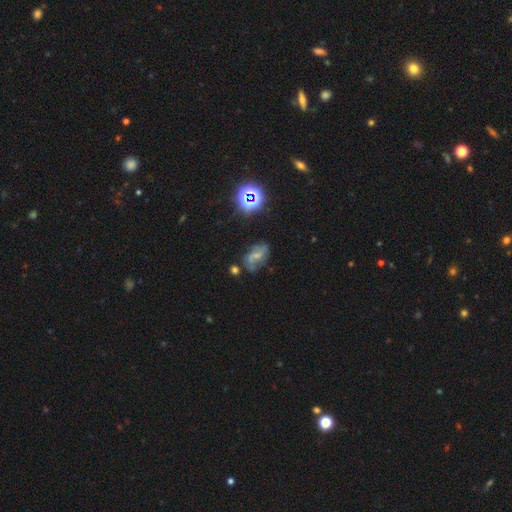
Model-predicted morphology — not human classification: smooth-or-featured: featured or disk: 50% | smooth: 31% | star or artifact: 19%
  merging: none: 53% | minor disturbance: 26% | major disturbance: 13% | merger: 8%